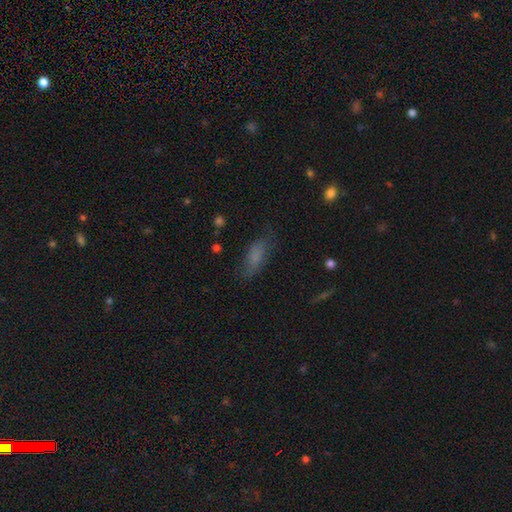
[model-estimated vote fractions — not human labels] Smooth or featured? smooth (72%)
How rounded? in between (71%)
Merging? none (66%)